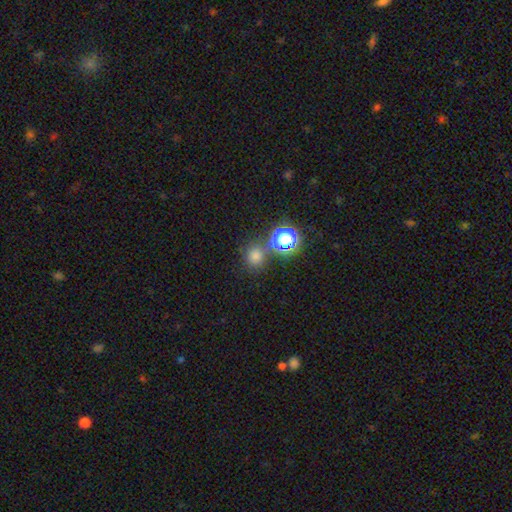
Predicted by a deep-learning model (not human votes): smooth-or-featured: smooth: 70% | star or artifact: 24% | featured or disk: 6%
  how-rounded: round: 89% | in between: 10% | cigar-shaped: 1%
  merging: none: 72% | merger: 15% | minor disturbance: 9% | major disturbance: 4%